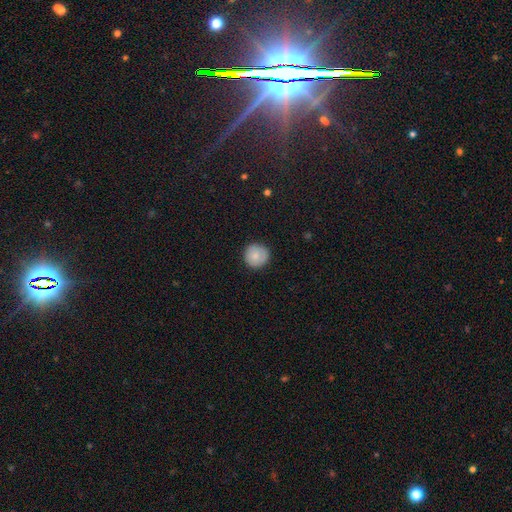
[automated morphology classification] Q: Smooth or featured?
A: smooth (80%); runner-up: featured or disk (13%)
Q: How rounded?
A: round (95%); runner-up: in between (4%)
Q: Merging?
A: none (88%); runner-up: minor disturbance (9%)